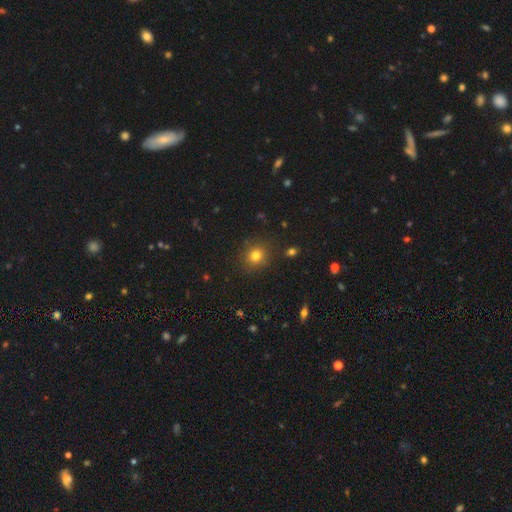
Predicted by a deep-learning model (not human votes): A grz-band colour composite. It shows a smooth galaxy with no disk features (78%) that is round (85%). Merging: none (87%).